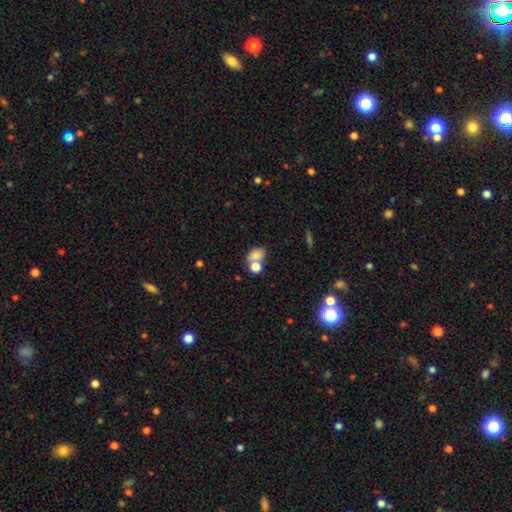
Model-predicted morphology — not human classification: A smooth galaxy with no disk features (76%) that is in between round and cigar-shaped (68%).

Vote fractions:
- Smooth or featured? smooth: 76% / featured or disk: 13% / star or artifact: 11%
- How rounded? in between: 68% / round: 30% / cigar-shaped: 2%
- Merging? merger: 49% / none: 32% / minor disturbance: 12% / major disturbance: 7%